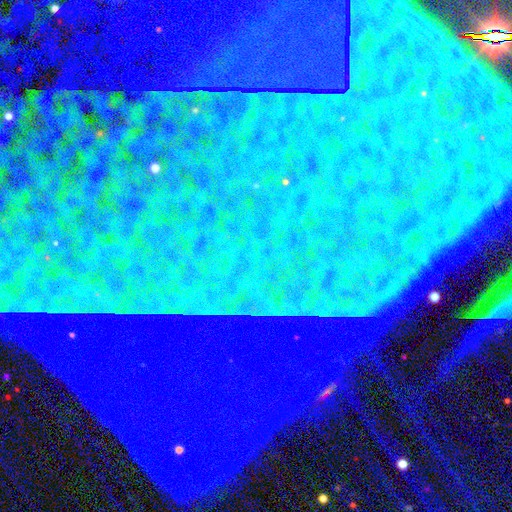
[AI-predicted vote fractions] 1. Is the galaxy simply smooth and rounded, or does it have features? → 86% star or artifact, 8% smooth, 7% featured or disk.